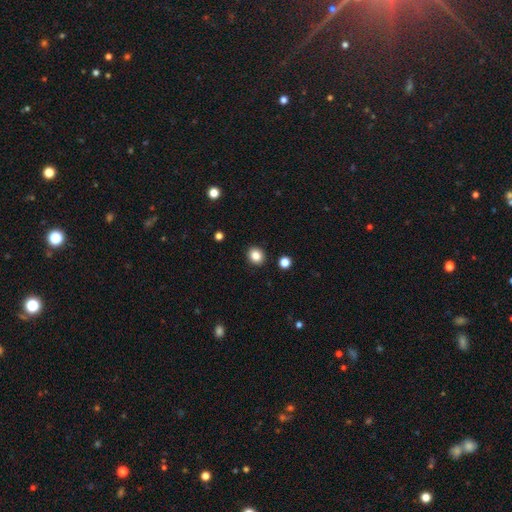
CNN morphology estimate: smooth_or_featured: smooth (p=0.85) [alt: star or artifact p=0.10]
how_rounded: round (p=0.75) [alt: in between p=0.24]
merging: none (p=0.91) [alt: minor disturbance p=0.06]